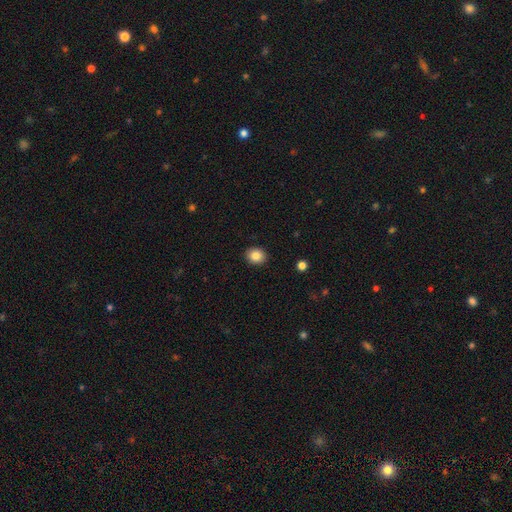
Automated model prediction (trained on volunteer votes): A smooth galaxy with no disk features (85%) that is round (65%).

Vote fractions:
- Smooth or featured? smooth: 85% / star or artifact: 9% / featured or disk: 6%
- How rounded? round: 65% / in between: 34% / cigar-shaped: 1%
- Merging? none: 91% / minor disturbance: 6% / major disturbance: 2% / merger: 1%